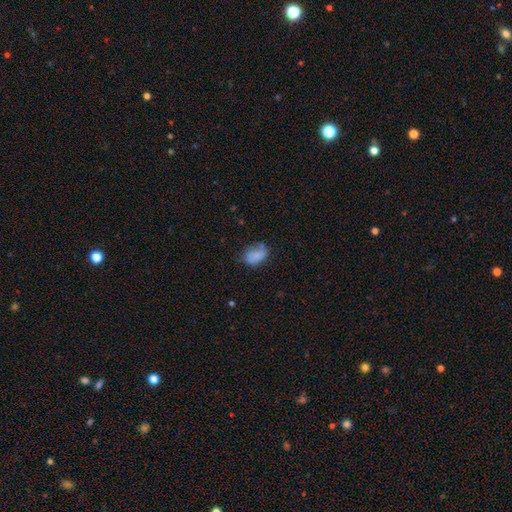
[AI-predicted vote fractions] Q: Smooth or featured?
A: smooth (79%); runner-up: featured or disk (11%)
Q: How rounded?
A: in between (86%); runner-up: round (12%)
Q: Merging?
A: none (52%); runner-up: minor disturbance (30%)